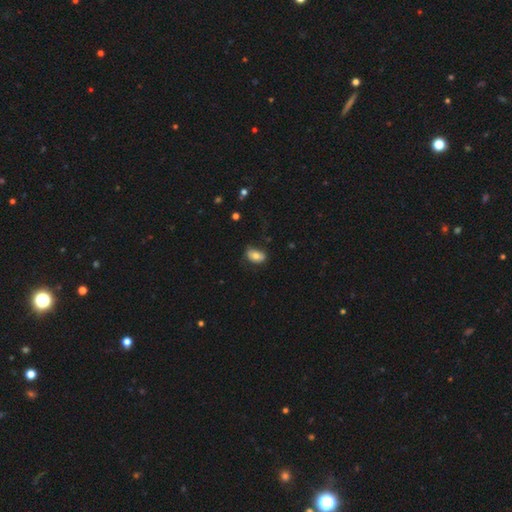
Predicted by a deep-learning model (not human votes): smooth 75%, featured or disk 17%, star or artifact 8%. Down the decision tree: how rounded — in between (88%); merging — none (68%).